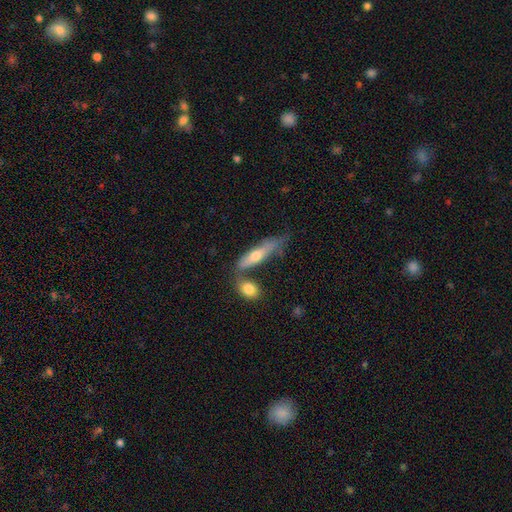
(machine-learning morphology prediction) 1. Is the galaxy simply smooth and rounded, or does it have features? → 51% smooth, 42% featured or disk, 7% star or artifact.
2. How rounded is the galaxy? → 74% cigar-shaped, 23% in between, 3% round.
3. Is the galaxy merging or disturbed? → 48% none, 26% merger, 19% minor disturbance, 8% major disturbance.